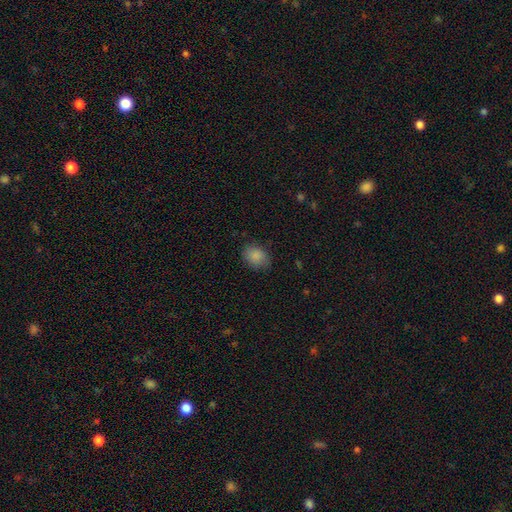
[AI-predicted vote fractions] smooth_or_featured: smooth (p=0.87) [alt: star or artifact p=0.08]
how_rounded: in between (p=0.56) [alt: round p=0.43]
merging: none (p=0.78) [alt: minor disturbance p=0.17]